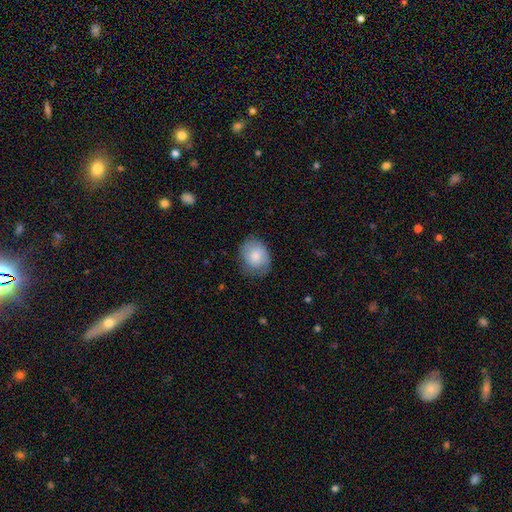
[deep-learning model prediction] This is likely a smooth galaxy (75%). How rounded: possibly round (51%). Merging: likely none (72%).